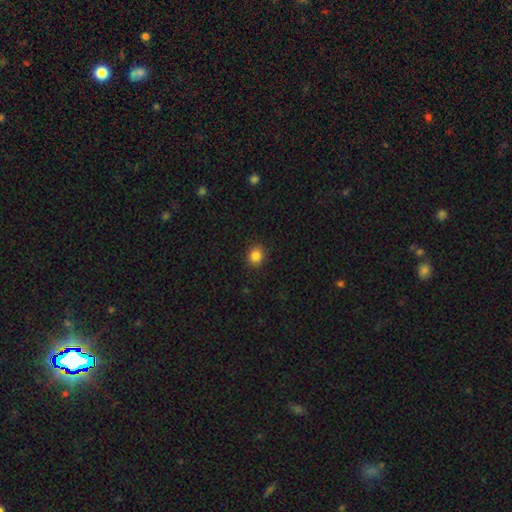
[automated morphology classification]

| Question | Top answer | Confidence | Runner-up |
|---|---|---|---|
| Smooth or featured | smooth | 85% | star or artifact (11%) |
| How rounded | round | 82% | in between (18%) |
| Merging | none | 90% | minor disturbance (6%) |